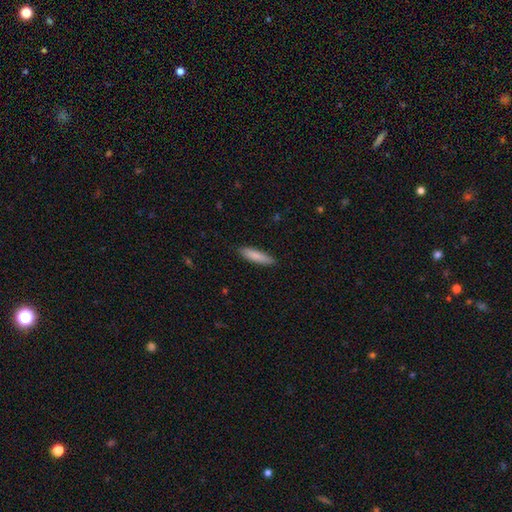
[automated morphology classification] smooth 84%, featured or disk 10%, star or artifact 6%. Down the decision tree: how rounded — cigar-shaped (73%); merging — none (87%).